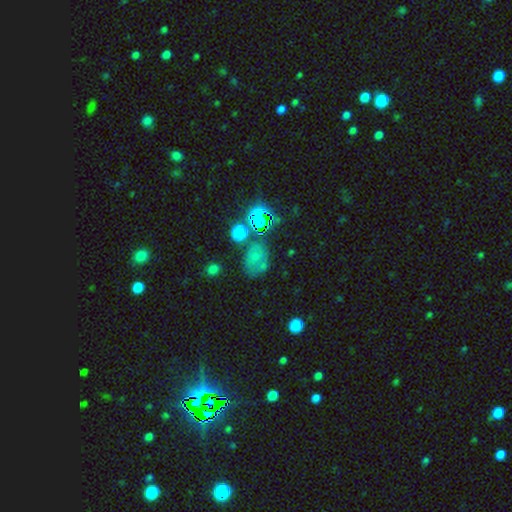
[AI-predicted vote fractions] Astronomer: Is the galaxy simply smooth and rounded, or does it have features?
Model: smooth — 50% (runner-up: star or artifact, 33%).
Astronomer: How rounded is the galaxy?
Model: in between — 59% (runner-up: round, 39%).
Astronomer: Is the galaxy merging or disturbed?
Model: none — 54%.